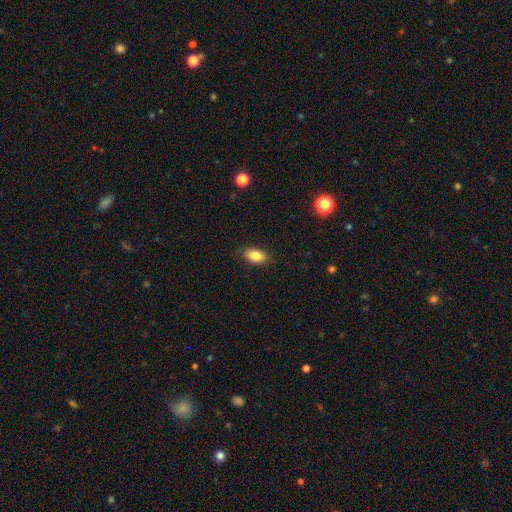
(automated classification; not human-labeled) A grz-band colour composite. It shows a smooth galaxy with no disk features (85%) that is in between round and cigar-shaped (90%). Merging: none (87%).